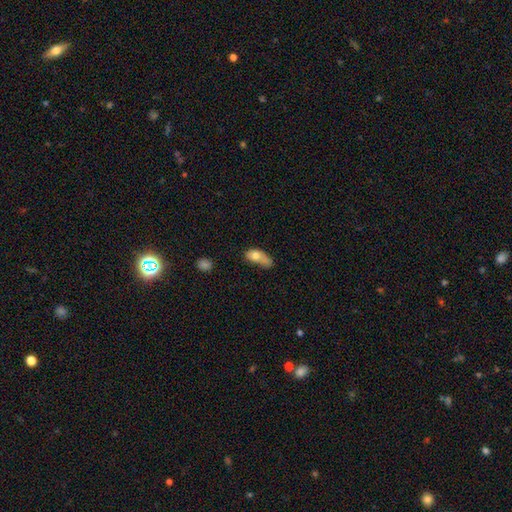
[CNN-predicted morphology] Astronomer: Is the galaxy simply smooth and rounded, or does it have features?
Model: smooth — 71%.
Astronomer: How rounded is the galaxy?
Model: in between — 83%.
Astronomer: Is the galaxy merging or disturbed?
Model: minor disturbance — 33% (runner-up: major disturbance, 30%).